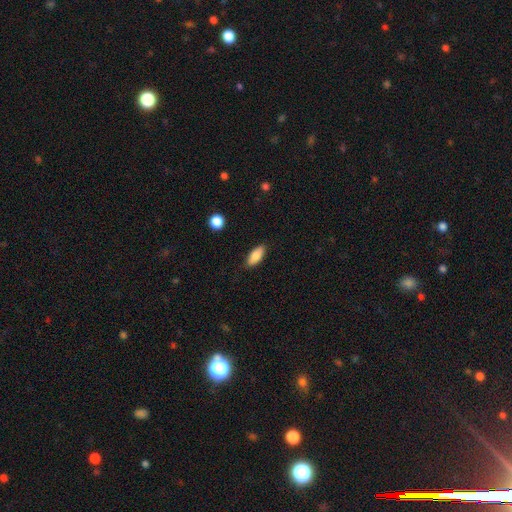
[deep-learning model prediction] smooth-or-featured: smooth: 85% | featured or disk: 8% | star or artifact: 7%
  how-rounded: in between: 83% | cigar-shaped: 14% | round: 2%
  merging: none: 85% | minor disturbance: 12% | major disturbance: 2% | merger: 1%